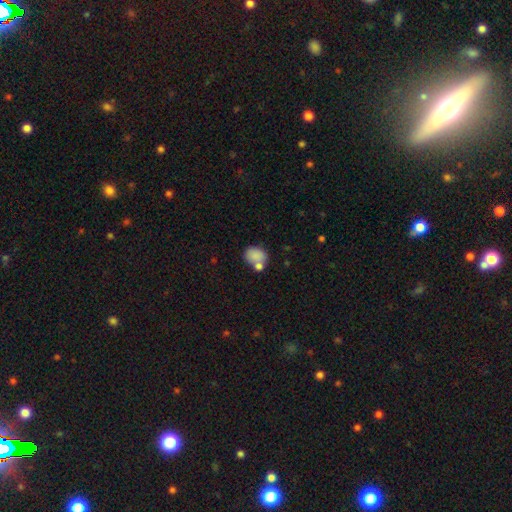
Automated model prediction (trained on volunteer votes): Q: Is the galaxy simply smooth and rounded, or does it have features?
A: smooth — 82%.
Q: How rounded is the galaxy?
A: in between — 51%.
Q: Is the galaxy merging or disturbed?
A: none — 49%.